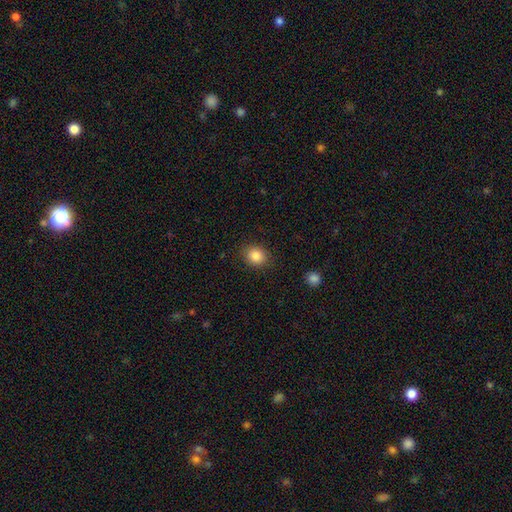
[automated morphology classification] Smooth or featured? Predicted: smooth (p=0.86). How rounded? Predicted: round (p=0.69). Merging? Predicted: none (p=0.87).